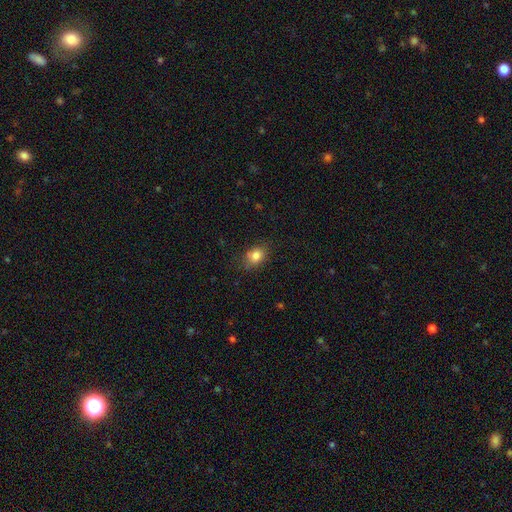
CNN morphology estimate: A smooth galaxy with no disk features (81%) that is in between round and cigar-shaped (64%). Merging: none (73%).